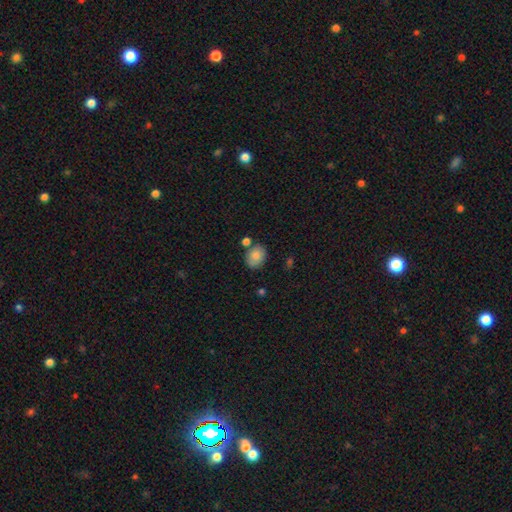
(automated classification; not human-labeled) Smooth or featured?
  - smooth: 79% *
  - featured or disk: 13%
  - star or artifact: 8%
How rounded?
  - in between: 53% *
  - round: 46%
  - cigar-shaped: 1%
Merging?
  - none: 70% *
  - minor disturbance: 16%
  - merger: 10%
  - major disturbance: 4%